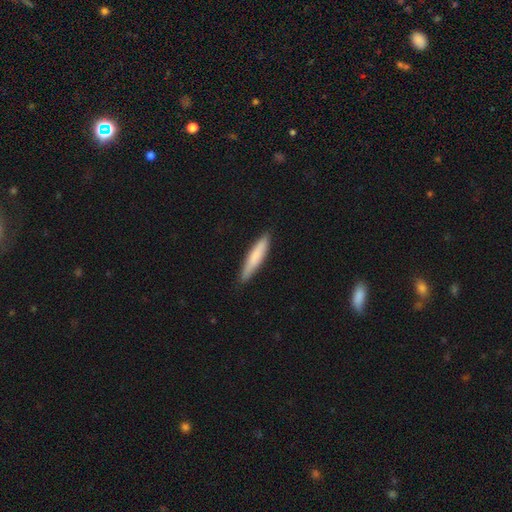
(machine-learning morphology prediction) type=smooth (77%); roundness=cigar-shaped (88%); merging=none (87%).